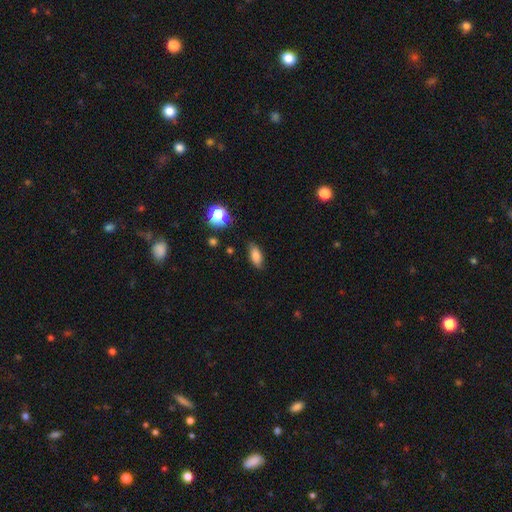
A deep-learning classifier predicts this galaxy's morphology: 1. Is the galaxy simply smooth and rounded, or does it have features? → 82% smooth, 10% star or artifact, 8% featured or disk.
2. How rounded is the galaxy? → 82% in between, 14% cigar-shaped, 5% round.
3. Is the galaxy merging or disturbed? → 82% none, 14% minor disturbance, 3% major disturbance, 2% merger.